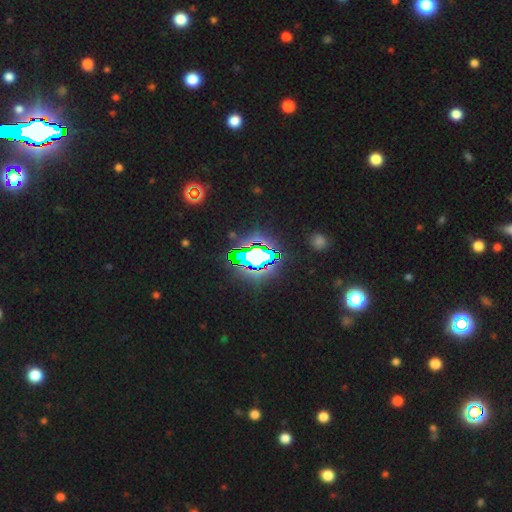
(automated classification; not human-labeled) Overall: star or artifact (79%).